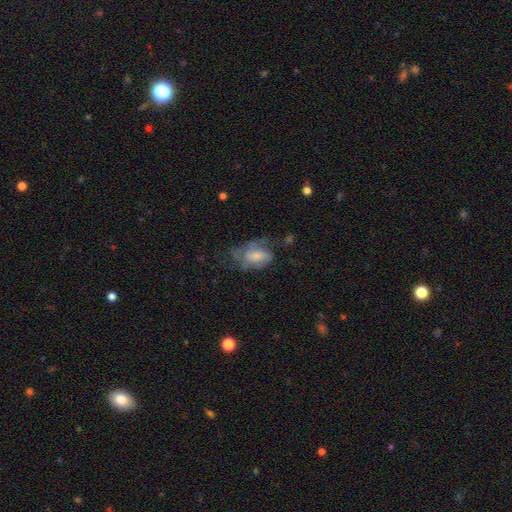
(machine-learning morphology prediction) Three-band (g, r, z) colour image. It shows a featured or disk galaxy (46%). Merging: none (35%, tied with major disturbance).